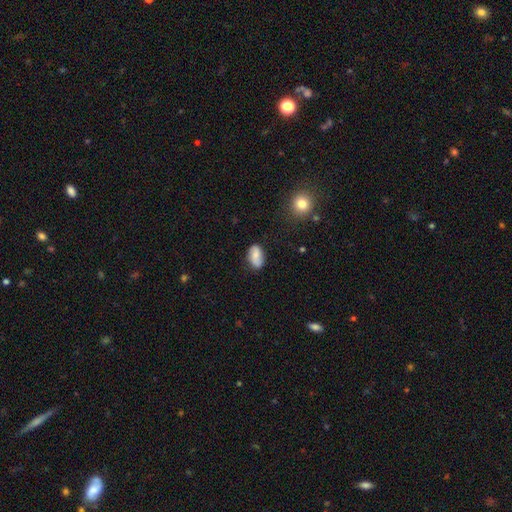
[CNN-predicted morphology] Smooth or featured? Predicted: smooth (p=0.70). How rounded? Predicted: in between (p=0.91). Merging? Predicted: none (p=0.77).